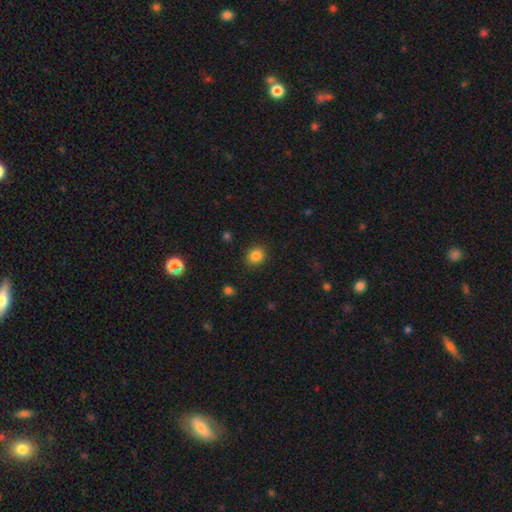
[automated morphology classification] smooth_or_featured: smooth (p=0.84) [alt: star or artifact p=0.11]
how_rounded: round (p=0.72) [alt: in between p=0.27]
merging: none (p=0.89) [alt: minor disturbance p=0.08]